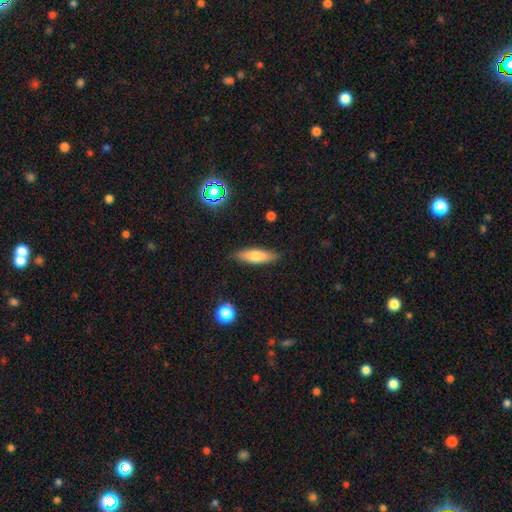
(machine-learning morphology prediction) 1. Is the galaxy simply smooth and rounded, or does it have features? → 70% smooth, 23% featured or disk, 7% star or artifact.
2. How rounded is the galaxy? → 57% cigar-shaped, 41% in between, 2% round.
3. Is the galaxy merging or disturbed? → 87% none, 10% minor disturbance, 2% major disturbance, 1% merger.